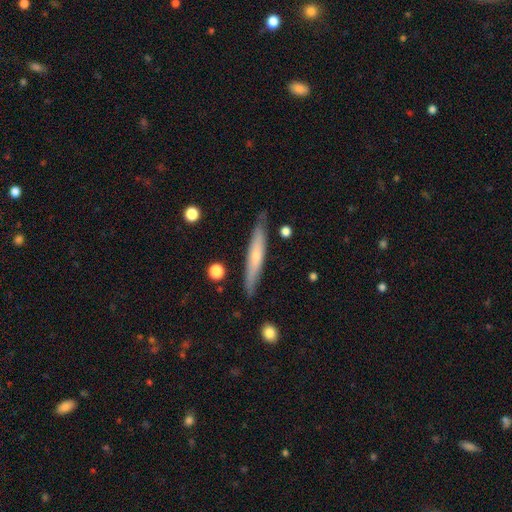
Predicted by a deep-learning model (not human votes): A smooth galaxy with no disk features (47%, tied with featured or disk).

Vote fractions:
- Smooth or featured? smooth: 47% (tied) / featured or disk: 47% (tied) / star or artifact: 6%
- Merging? none: 83% / minor disturbance: 13% / major disturbance: 2% / merger: 2%